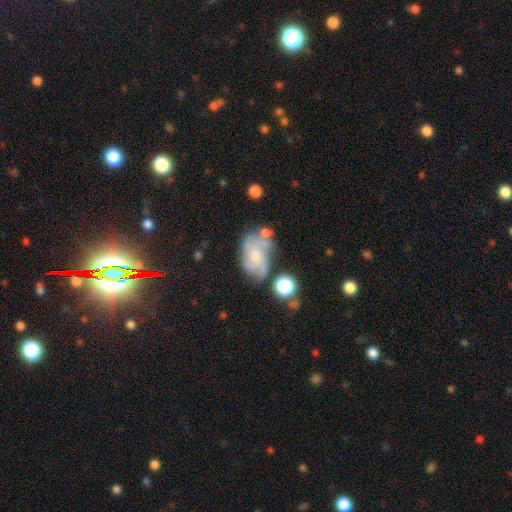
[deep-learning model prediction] Q: Smooth or featured?
A: featured or disk (61%); runner-up: smooth (28%)
Q: Edge-on disk?
A: no (97%); runner-up: yes (3%)
Q: Bar?
A: no (75%); runner-up: weak (22%)
Q: Spiral arms?
A: yes (81%); runner-up: no (19%)
Q: Bulge size?
A: small (51%); runner-up: moderate (33%)
Q: Merging?
A: none (46%); runner-up: minor disturbance (24%)